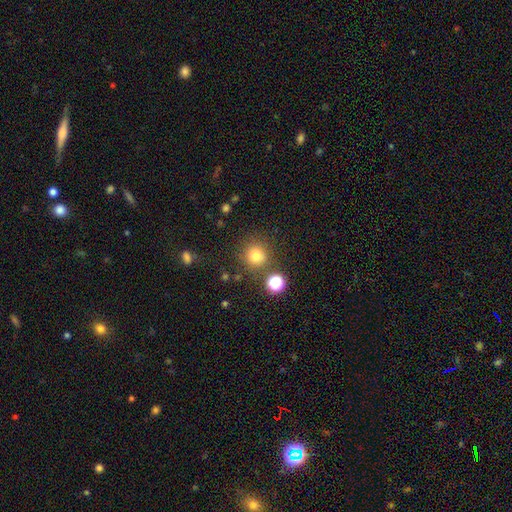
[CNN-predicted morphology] Smooth or featured? smooth (76%)
How rounded? round (92%)
Merging? none (80%)